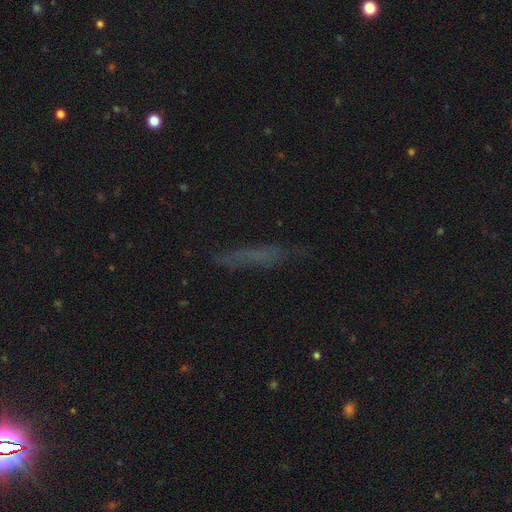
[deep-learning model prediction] smooth-or-featured: smooth: 43% | featured or disk: 35% | star or artifact: 22%
  merging: none: 78% | minor disturbance: 15% | major disturbance: 5% | merger: 2%